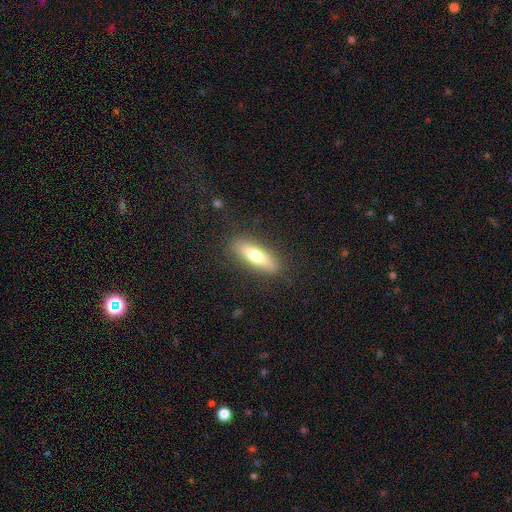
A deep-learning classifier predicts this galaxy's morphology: Overall: smooth (59%; featured or disk 35%). How rounded: cigar-shaped (63%; in between 35%). Merging: none (87%).